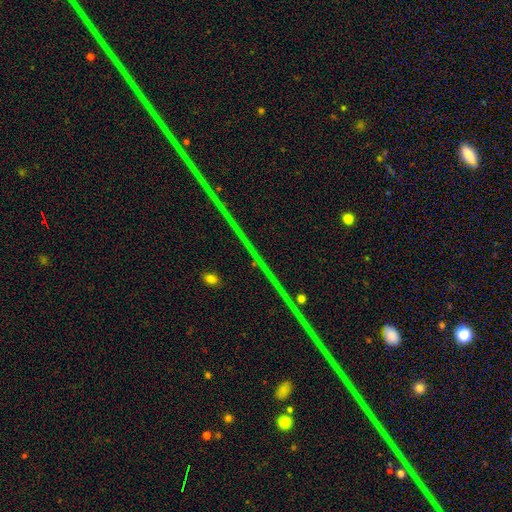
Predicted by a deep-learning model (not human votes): A star or artifact, not a galaxy (86%).